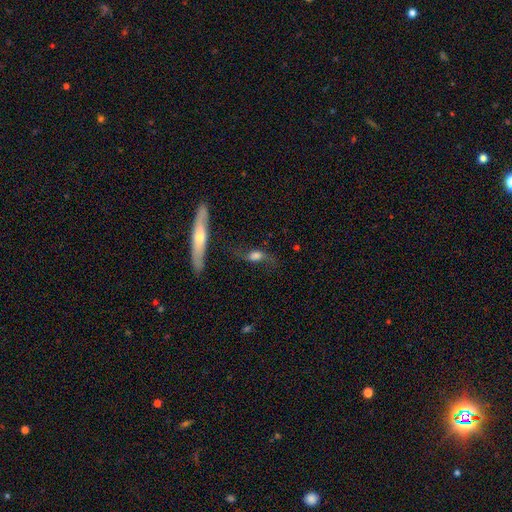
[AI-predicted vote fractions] This is possibly a featured or disk galaxy (47%). Merging: possibly none (49%).